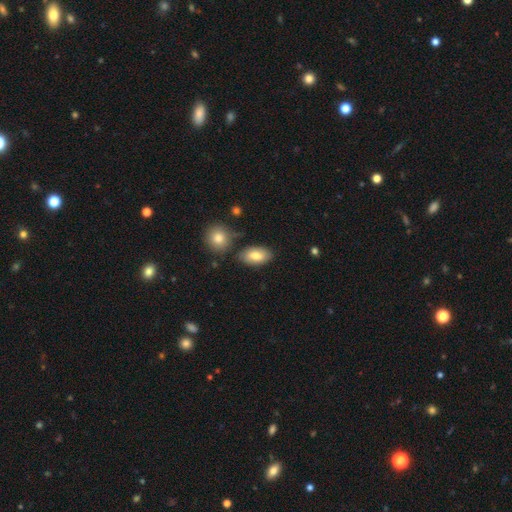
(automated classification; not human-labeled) The model was most divided on "merging": none: 75%, minor disturbance: 15%, merger: 7%, major disturbance: 3%. More confident: how rounded — in between (93%); smooth or featured — smooth (77%).